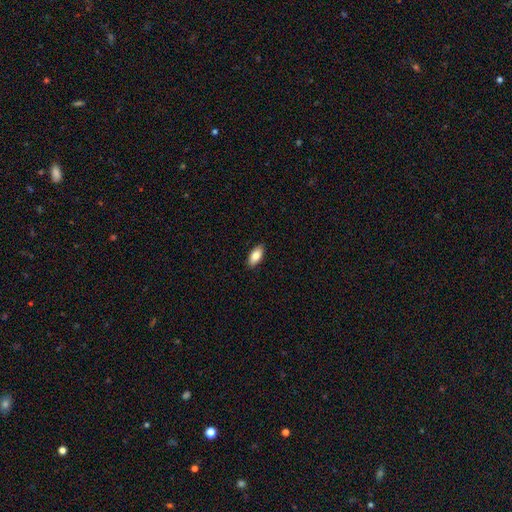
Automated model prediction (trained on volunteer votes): smooth 81%, featured or disk 12%, star or artifact 6%. Down the decision tree: how rounded — in between (89%); merging — none (89%).